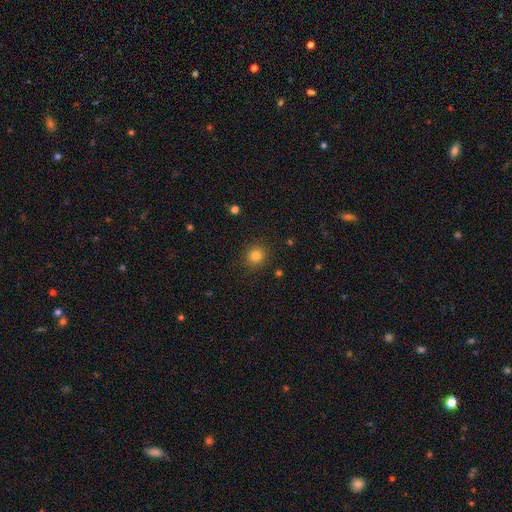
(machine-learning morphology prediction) Smooth or featured?
  - smooth: 81% *
  - star or artifact: 13%
  - featured or disk: 6%
How rounded?
  - round: 88% *
  - in between: 11%
  - cigar-shaped: 1%
Merging?
  - none: 90% *
  - minor disturbance: 7%
  - major disturbance: 2%
  - merger: 1%